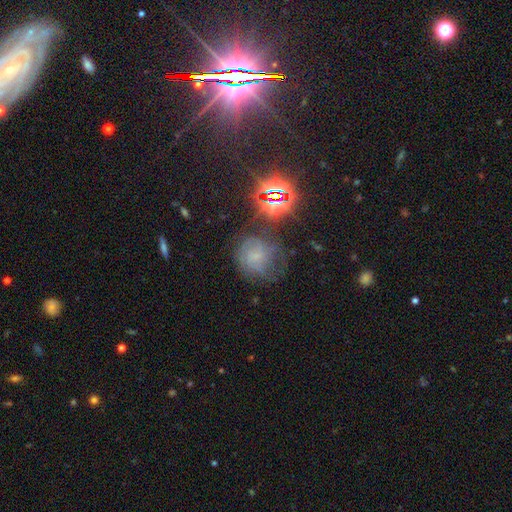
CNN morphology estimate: type=featured or disk (42%); merging=none (54%).